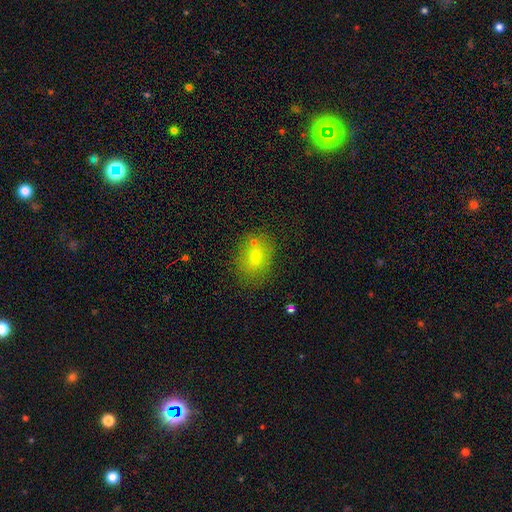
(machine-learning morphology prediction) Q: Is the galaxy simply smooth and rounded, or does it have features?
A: smooth — 76%.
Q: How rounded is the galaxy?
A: in between — 71%.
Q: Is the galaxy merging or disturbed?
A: none — 67%.